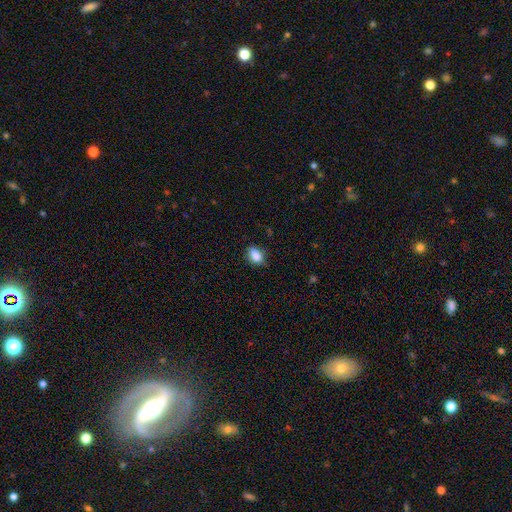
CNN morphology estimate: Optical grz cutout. It shows a smooth galaxy with no disk features (86%) that is in between round and cigar-shaped (78%). Merging: none (74%).